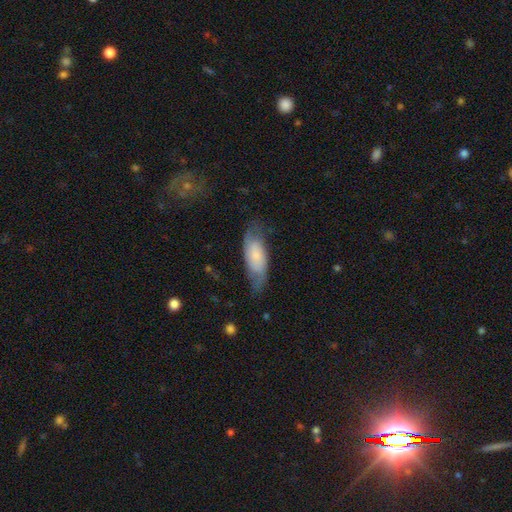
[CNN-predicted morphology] This is possibly a smooth galaxy (56%). How rounded: likely in between (77%). Merging: likely none (61%).